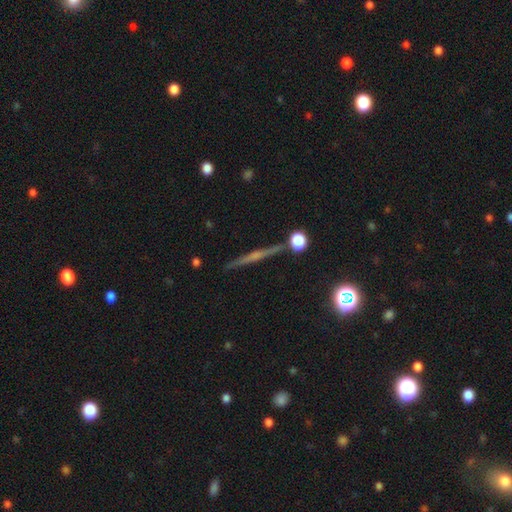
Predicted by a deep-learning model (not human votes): Overall: featured or disk (69%). Edge-on disk: yes (97%). Edge-on bulge: rounded (51%; none 38%). Merging: none (89%).